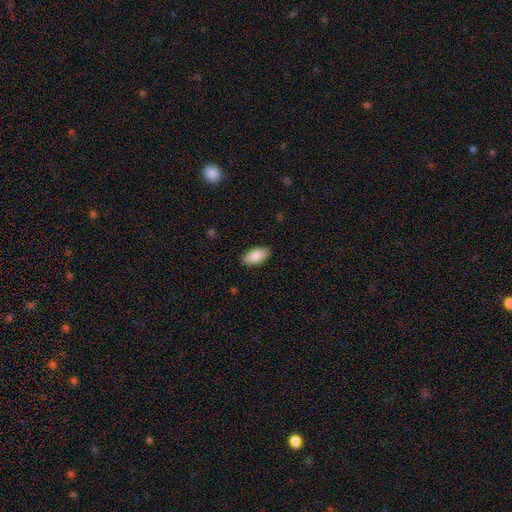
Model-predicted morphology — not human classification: A smooth galaxy with no disk features (85%) that is in between round and cigar-shaped (95%).

Vote fractions:
- Smooth or featured? smooth: 85% / featured or disk: 9% / star or artifact: 6%
- How rounded? in between: 95% / round: 3% / cigar-shaped: 2%
- Merging? none: 89% / minor disturbance: 8% / major disturbance: 2% / merger: 1%